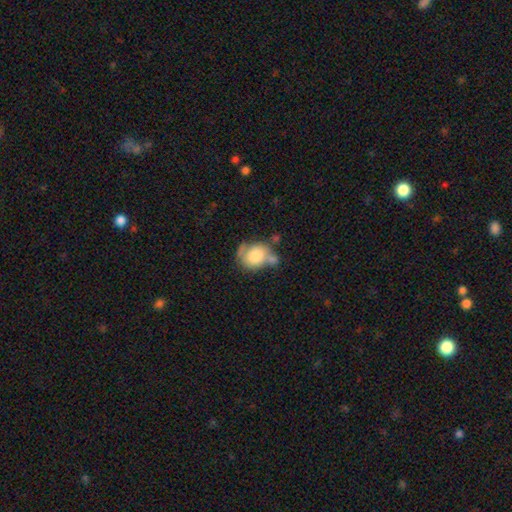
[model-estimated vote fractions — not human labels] Q: Smooth or featured?
A: smooth (72%); runner-up: featured or disk (20%)
Q: How rounded?
A: round (58%); runner-up: in between (40%)
Q: Merging?
A: none (34%); runner-up: merger (30%)